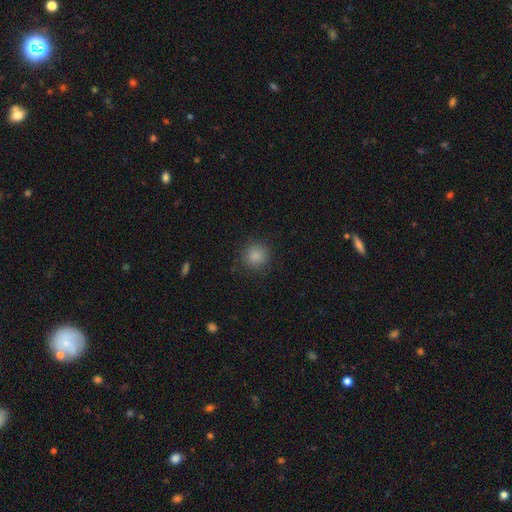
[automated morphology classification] Smooth or featured? Predicted: smooth (p=0.86). How rounded? Predicted: round (p=0.94). Merging? Predicted: none (p=0.90).